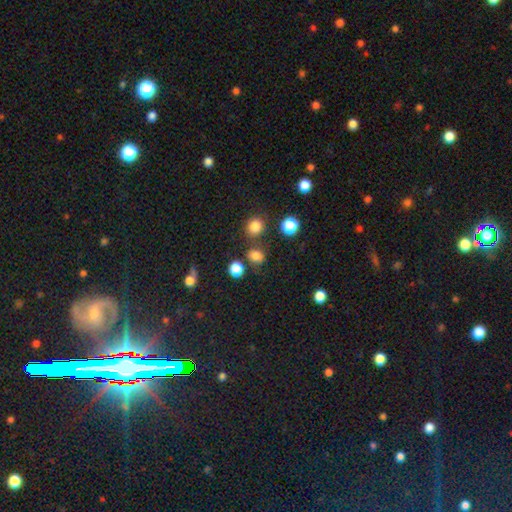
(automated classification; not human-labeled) A smooth galaxy with no disk features (78%) that is round (59%). Merging: none (71%).